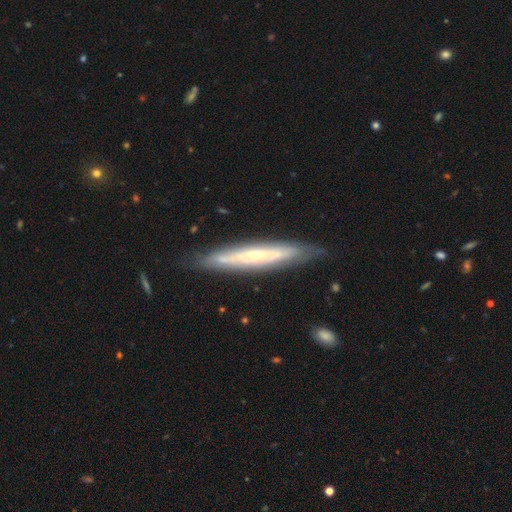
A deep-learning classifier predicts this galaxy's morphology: Smooth or featured?
  - featured or disk: 60% *
  - smooth: 34%
  - star or artifact: 6%
Edge-on disk?
  - yes: 83% *
  - no: 17%
Merging?
  - none: 83% *
  - minor disturbance: 13%
  - major disturbance: 2%
  - merger: 2%